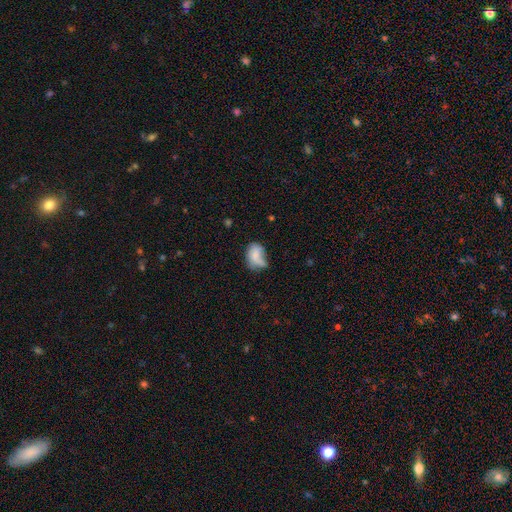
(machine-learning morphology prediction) Overall: smooth (72%). How rounded: in between (82%). Merging: none (33%; minor disturbance 31%).